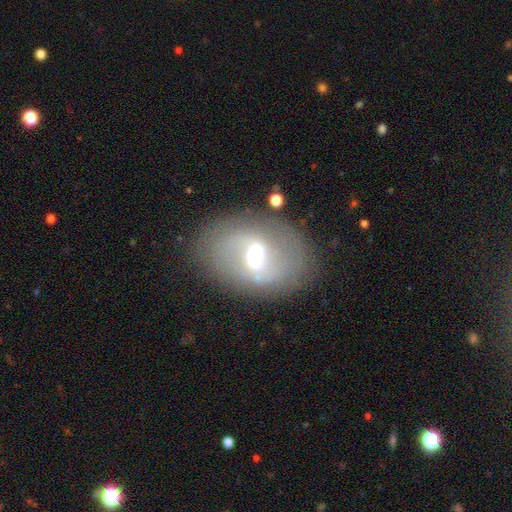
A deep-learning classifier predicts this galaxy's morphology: smooth-or-featured: featured or disk: 58% | smooth: 32% | star or artifact: 10%
  disk-edge-on: no: 90% | yes: 10%
    bar: weak: 52% | strong: 29% | no: 19%
    has-spiral-arms: no: 61% | yes: 39%
    bulge-size: moderate: 60% | large: 18% | small: 16% | dominant: 4% | none: 2%
  merging: none: 74% | minor disturbance: 14% | major disturbance: 9% | merger: 3%